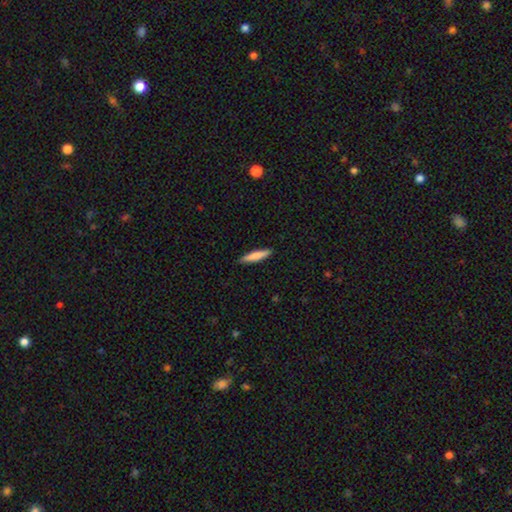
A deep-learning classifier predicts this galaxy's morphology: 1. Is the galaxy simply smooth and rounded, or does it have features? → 80% smooth, 15% featured or disk, 5% star or artifact.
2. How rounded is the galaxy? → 87% cigar-shaped, 11% in between, 1% round.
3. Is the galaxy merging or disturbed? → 90% none, 7% minor disturbance, 2% major disturbance, 1% merger.